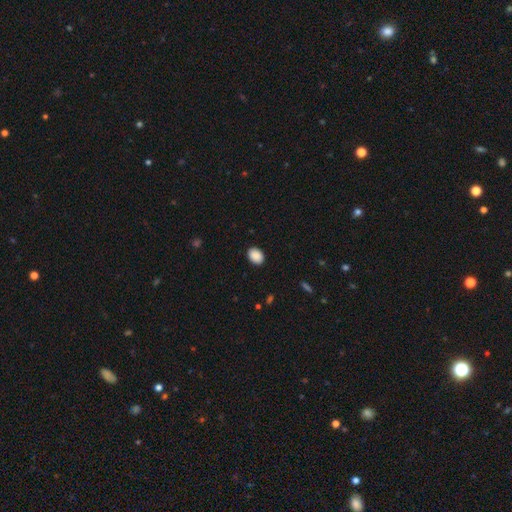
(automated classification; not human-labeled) Smooth or featured: smooth — 90% (star or artifact — 8%)
How rounded: in between — 65% (round — 34%)
Merging: none — 89% (minor disturbance — 8%)